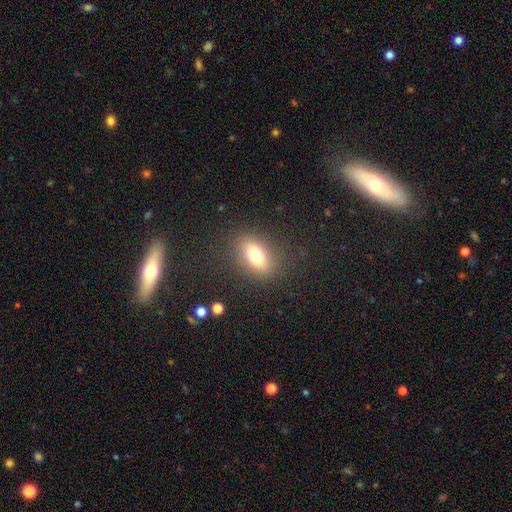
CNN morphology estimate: The model was most divided on "smooth or featured": smooth: 75%, featured or disk: 15%, star or artifact: 10%. More confident: merging — none (83%); how rounded — in between (82%).